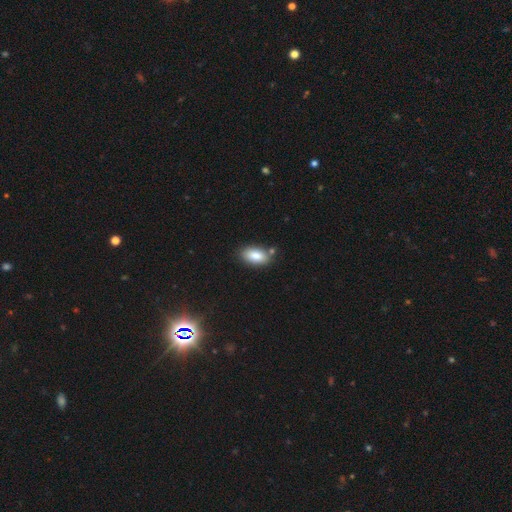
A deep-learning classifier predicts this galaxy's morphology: Smooth or featured: smooth — 84% (featured or disk — 9%)
How rounded: in between — 92% (round — 4%)
Merging: none — 75% (minor disturbance — 13%)